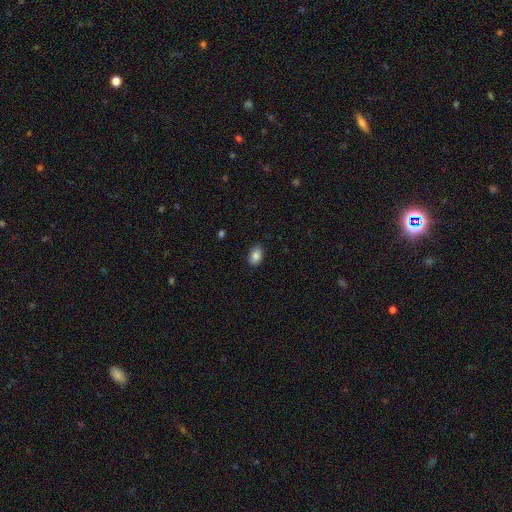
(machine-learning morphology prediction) Smooth or featured? smooth (86%)
How rounded? in between (87%)
Merging? none (86%)